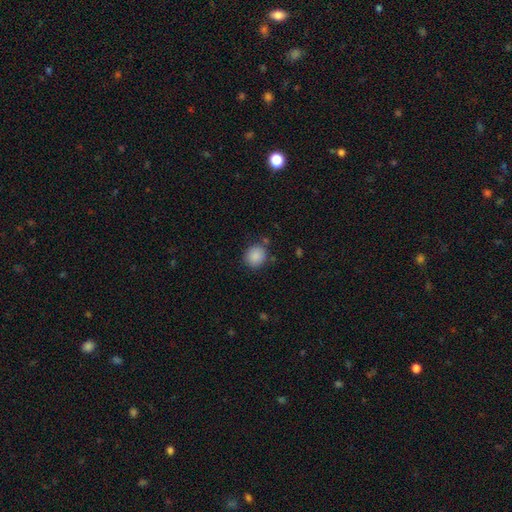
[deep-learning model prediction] Q: Smooth or featured?
A: smooth (88%); runner-up: star or artifact (8%)
Q: How rounded?
A: round (78%); runner-up: in between (21%)
Q: Merging?
A: none (79%); runner-up: minor disturbance (13%)